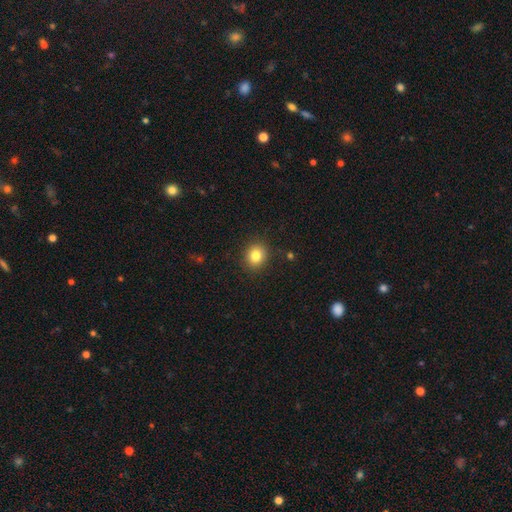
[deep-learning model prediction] Smooth or featured? smooth (83%)
How rounded? round (75%)
Merging? none (90%)